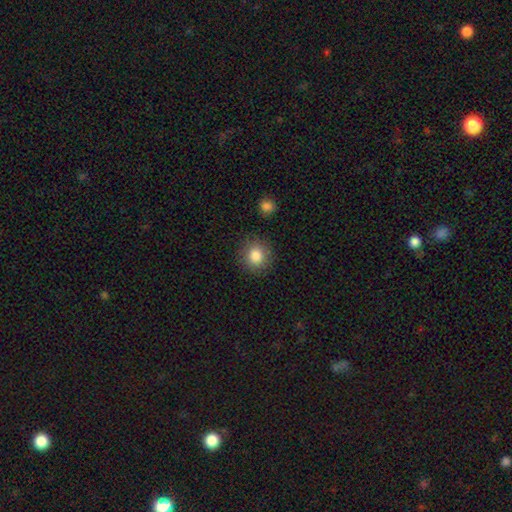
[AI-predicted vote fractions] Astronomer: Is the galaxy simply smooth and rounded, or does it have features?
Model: smooth — 84%.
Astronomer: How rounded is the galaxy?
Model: round — 90%.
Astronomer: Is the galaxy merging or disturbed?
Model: none — 86%.